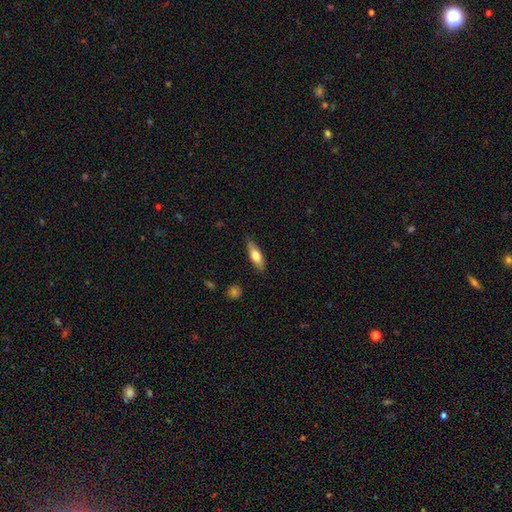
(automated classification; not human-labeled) smooth 70%, featured or disk 24%, star or artifact 6%. Down the decision tree: how rounded — in between (57%); merging — none (84%).